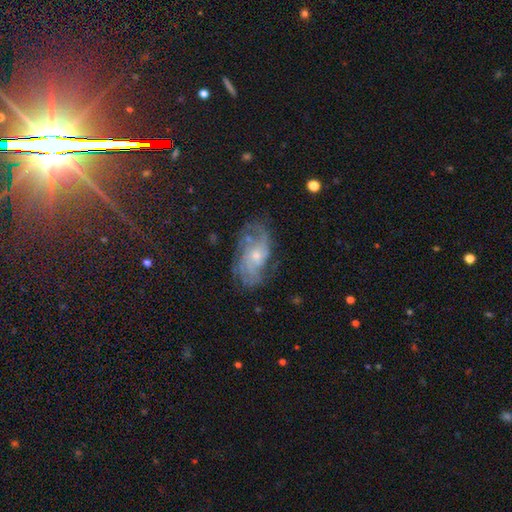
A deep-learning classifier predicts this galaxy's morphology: A featured or disk galaxy (80%) with no bar (73%), tight (46%) spiral arms (94%) and a small central bulge (64%).

Vote fractions:
- Smooth or featured? featured or disk: 80% / smooth: 11% / star or artifact: 9%
- Edge-on disk? no: 96% / yes: 4%
- Bar? no: 73% / weak: 23% / strong: 4%
- Spiral arms? yes: 94% / no: 6%
- Spiral winding? tight: 46% / medium: 39% / loose: 15%
- Spiral arm count? can't tell: 34% / 2: 21% / 3: 19% / 4: 12% / more than 4: 7% / 1: 7%
- Bulge size? small: 64% / moderate: 31% / none: 2% / large: 2% / dominant: 1%
- Merging? none: 70% / minor disturbance: 19% / major disturbance: 9% / merger: 2%